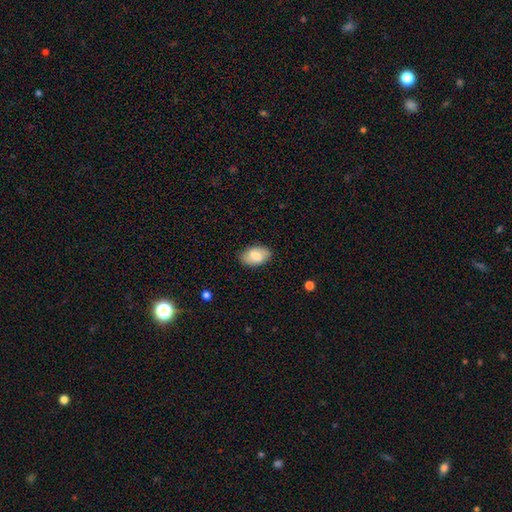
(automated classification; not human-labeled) A smooth galaxy with no disk features (75%) that is in between round and cigar-shaped (93%). Merging: none (83%).